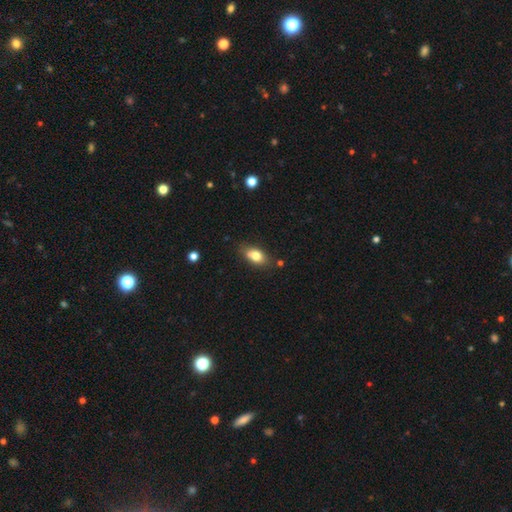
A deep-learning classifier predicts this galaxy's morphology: Overall: smooth (75%). How rounded: in between (84%). Merging: none (70%).